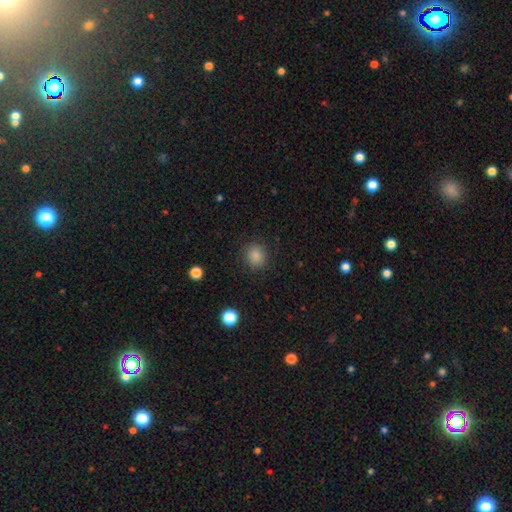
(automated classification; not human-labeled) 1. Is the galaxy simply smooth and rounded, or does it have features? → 86% smooth, 11% star or artifact, 3% featured or disk.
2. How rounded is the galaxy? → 80% round, 19% in between, 1% cigar-shaped.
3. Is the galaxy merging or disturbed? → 88% none, 8% minor disturbance, 3% major disturbance, 1% merger.